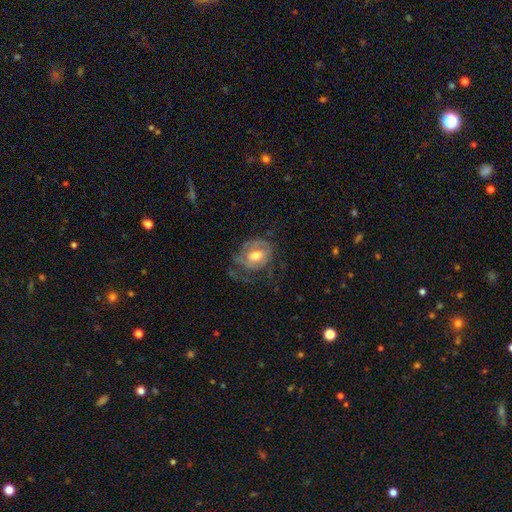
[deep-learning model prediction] Smooth or featured? featured or disk (67%)
Edge-on disk? no (96%)
Bar? no (49%)
Spiral arms? yes (73%)
Bulge size? moderate (68%)
Merging? none (46%)